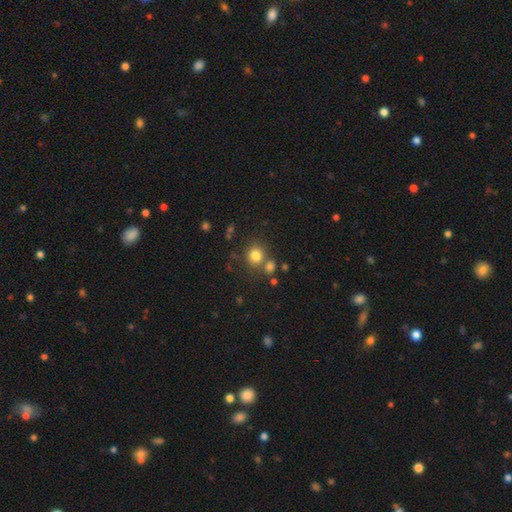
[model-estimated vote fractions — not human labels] A smooth galaxy with no disk features (80%) that is round (83%). Merging: none (69%).